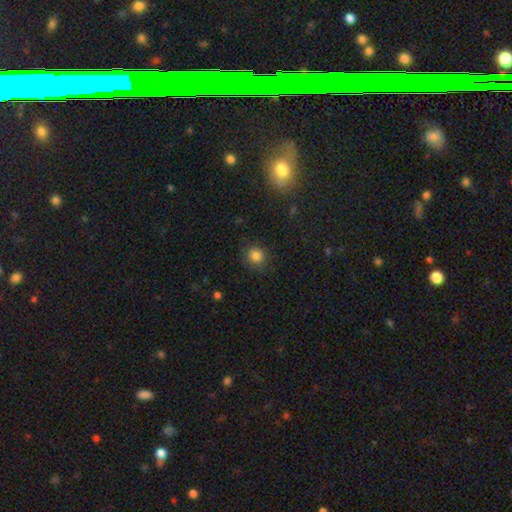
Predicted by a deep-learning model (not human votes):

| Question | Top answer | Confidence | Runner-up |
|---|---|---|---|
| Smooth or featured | smooth | 82% | star or artifact (13%) |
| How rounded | round | 87% | in between (12%) |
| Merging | none | 84% | minor disturbance (11%) |